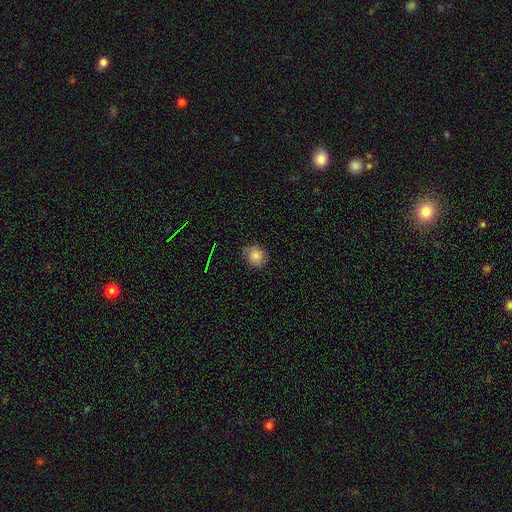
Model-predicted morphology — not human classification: This appears to be a smooth galaxy with no disk features (80%) that is round (74%). Merging: none (79%).